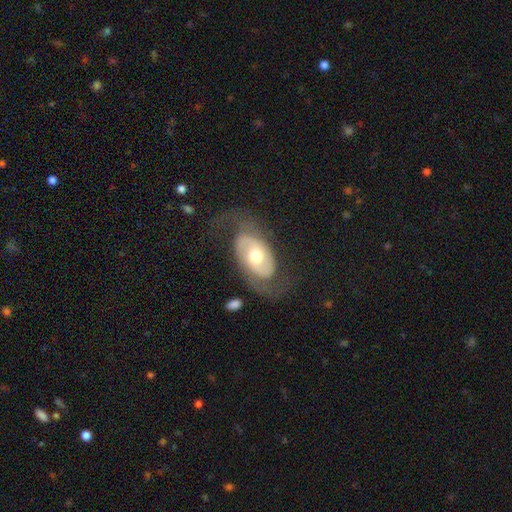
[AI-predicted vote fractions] This is likely a featured or disk galaxy (74%). It is clearly not viewed edge-on (93%). Bar: likely no (62%). Spiral arm pattern: clearly yes (83%). Spiral arm count: clearly 2 (84%). Spiral winding: marginally medium (42%). Central bulge: likely moderate (71%). Merging: likely none (65%).